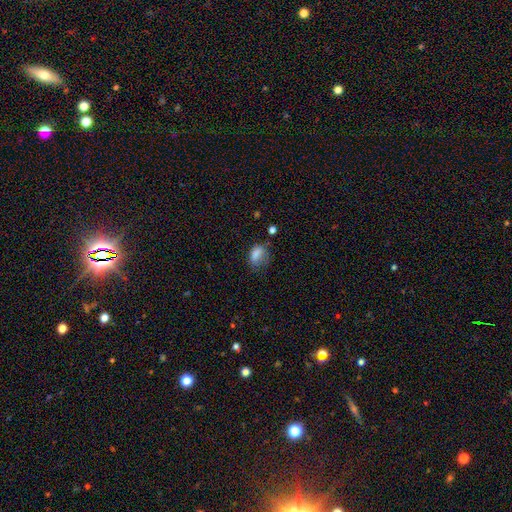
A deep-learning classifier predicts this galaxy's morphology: A smooth galaxy with no disk features (77%) that is in between round and cigar-shaped (79%). Merging: none (47%).